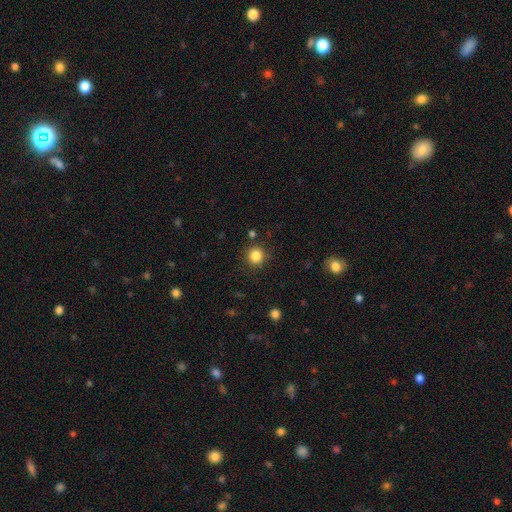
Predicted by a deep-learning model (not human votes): A smooth galaxy with no disk features (84%) that is round (92%).

Vote fractions:
- Smooth or featured? smooth: 84% / star or artifact: 11% / featured or disk: 4%
- How rounded? round: 92% / in between: 7% / cigar-shaped: 1%
- Merging? none: 87% / minor disturbance: 8% / major disturbance: 3% / merger: 2%